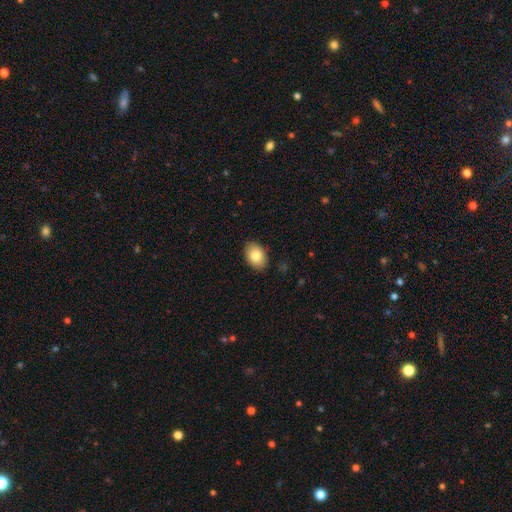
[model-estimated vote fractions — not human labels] Smooth or featured? Predicted: smooth (p=0.84). How rounded? Predicted: in between (p=0.79). Merging? Predicted: none (p=0.87).